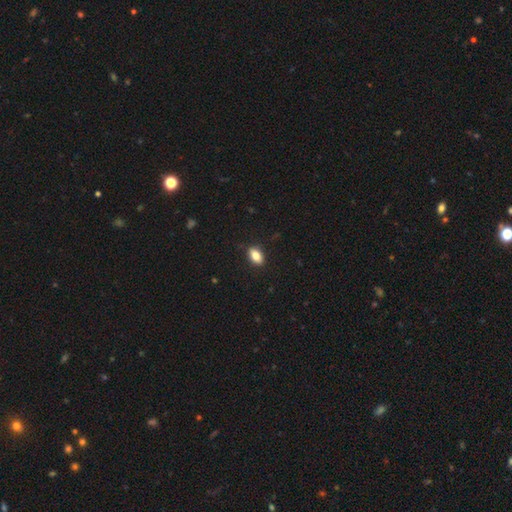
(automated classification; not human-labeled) smooth-or-featured: smooth: 82% | featured or disk: 10% | star or artifact: 8%
  how-rounded: in between: 88% | round: 8% | cigar-shaped: 4%
  merging: none: 87% | minor disturbance: 10% | major disturbance: 2% | merger: 1%